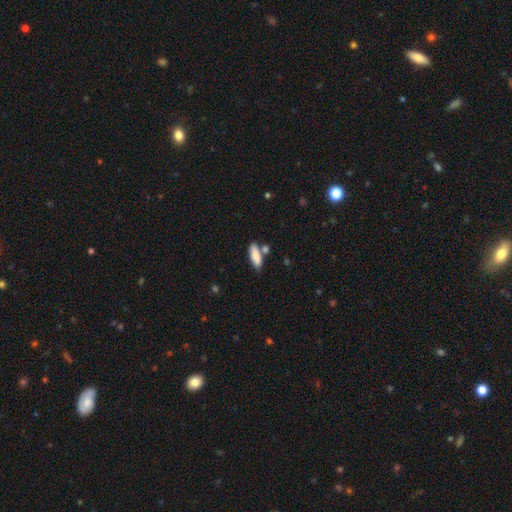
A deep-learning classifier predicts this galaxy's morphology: Q: Smooth or featured?
A: smooth (86%); runner-up: featured or disk (8%)
Q: How rounded?
A: in between (60%); runner-up: cigar-shaped (37%)
Q: Merging?
A: none (69%); runner-up: merger (15%)